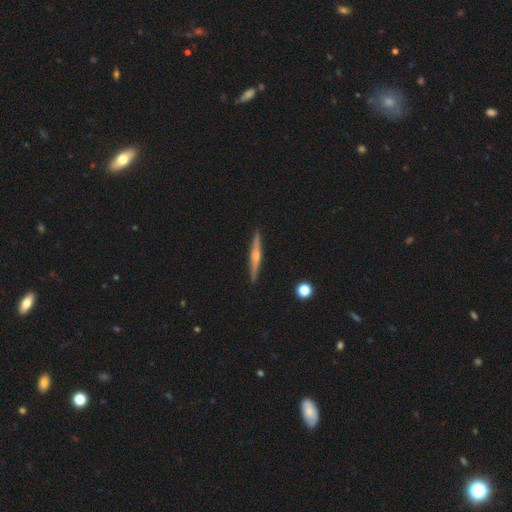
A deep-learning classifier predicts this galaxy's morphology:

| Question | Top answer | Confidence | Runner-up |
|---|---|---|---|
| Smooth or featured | featured or disk | 68% | smooth (26%) |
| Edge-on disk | yes | 98% | no (2%) |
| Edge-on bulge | rounded | 78% | none (12%) |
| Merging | none | 91% | minor disturbance (6%) |